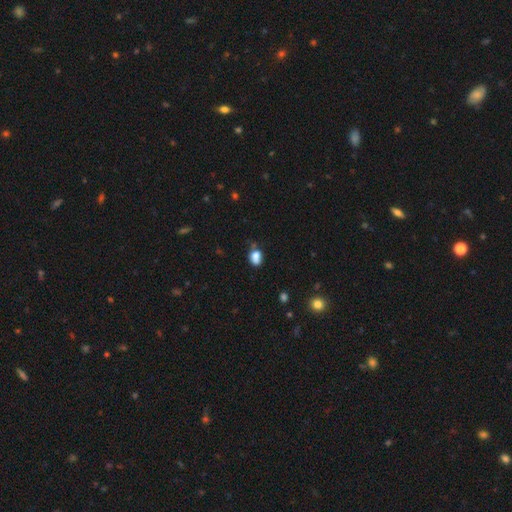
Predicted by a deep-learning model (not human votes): smooth 79%, star or artifact 12%, featured or disk 9%. Down the decision tree: how rounded — in between (68%); merging — none (43%).